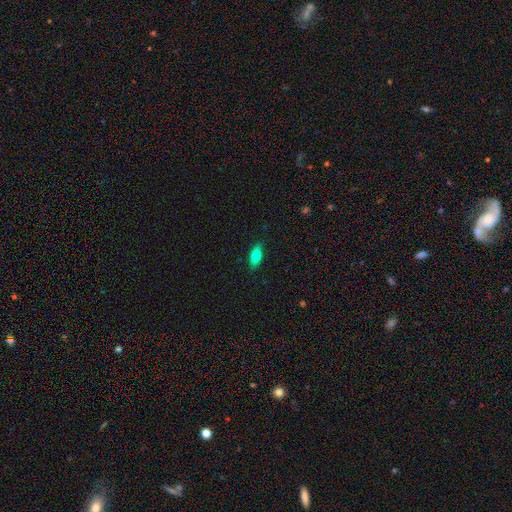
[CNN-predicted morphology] Smooth or featured?
  - smooth: 76% *
  - featured or disk: 17%
  - star or artifact: 7%
How rounded?
  - in between: 76% *
  - cigar-shaped: 20%
  - round: 3%
Merging?
  - none: 86% *
  - minor disturbance: 10%
  - major disturbance: 2%
  - merger: 1%